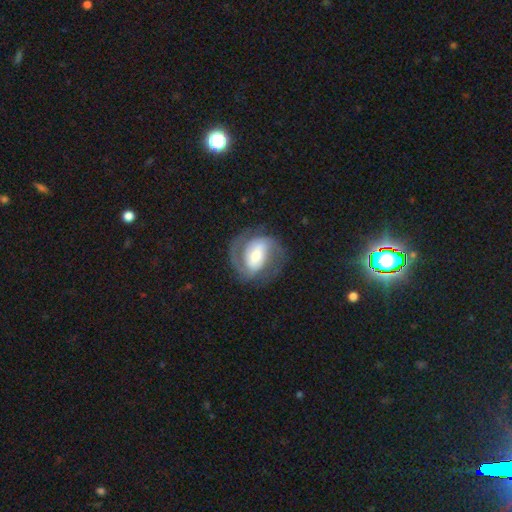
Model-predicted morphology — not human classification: This is clearly a featured or disk galaxy (82%). It is clearly not viewed edge-on (97%). Bar: marginally strong (40%). Spiral arm pattern: clearly yes (93%). Spiral arm count: clearly 2 (86%). Spiral winding: possibly medium (48%). Central bulge: possibly moderate (48%). Merging: likely none (73%).